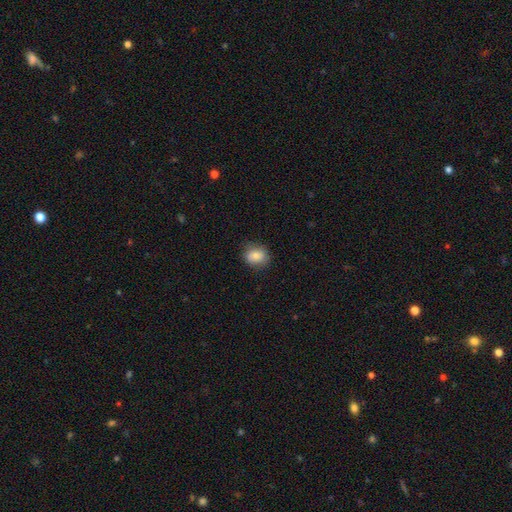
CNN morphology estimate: Smooth or featured? Predicted: smooth (p=0.80). How rounded? Predicted: round (p=0.59). Merging? Predicted: none (p=0.80).